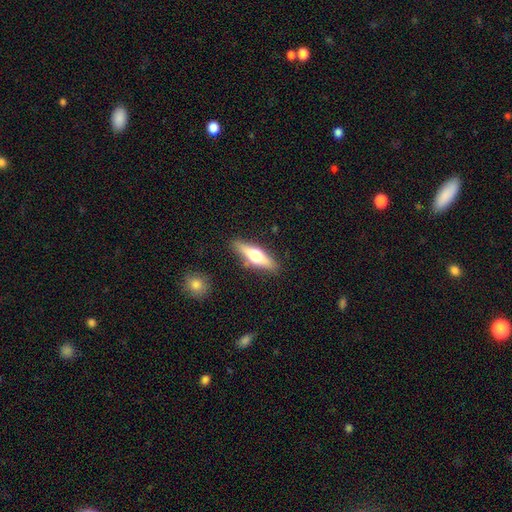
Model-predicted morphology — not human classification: type=featured or disk (49%); merging=none (85%).